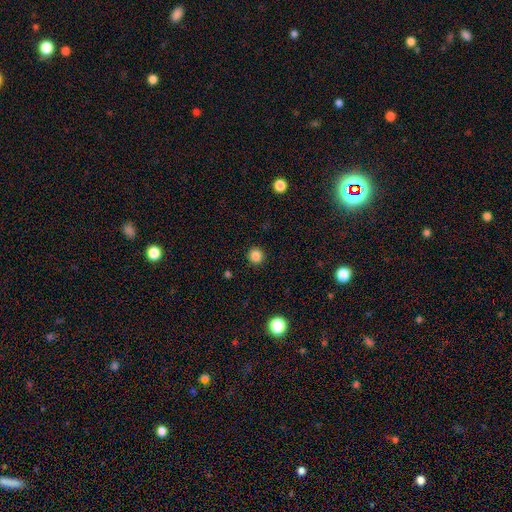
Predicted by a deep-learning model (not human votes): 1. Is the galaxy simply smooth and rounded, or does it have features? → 85% smooth, 12% star or artifact, 3% featured or disk.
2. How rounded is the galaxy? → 94% round, 5% in between, 1% cigar-shaped.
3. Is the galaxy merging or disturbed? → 92% none, 5% minor disturbance, 2% major disturbance, 1% merger.